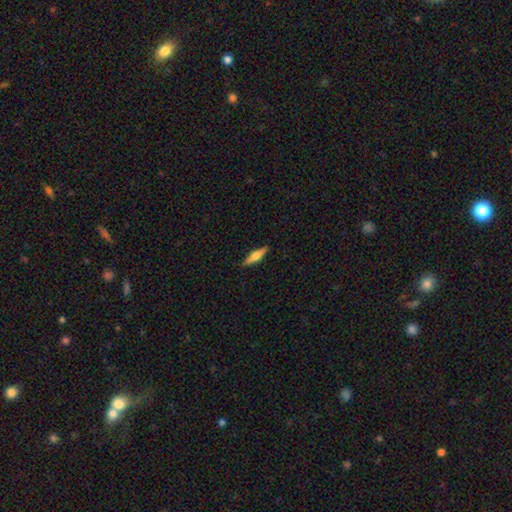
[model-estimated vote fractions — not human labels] Smooth or featured? Predicted: featured or disk (p=0.48). Merging? Predicted: none (p=0.89).